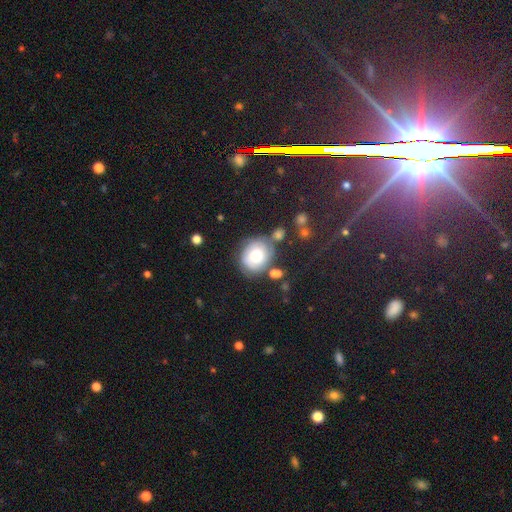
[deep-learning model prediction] A smooth galaxy with no disk features (58%) that is round (66%). Merging: none (62%).